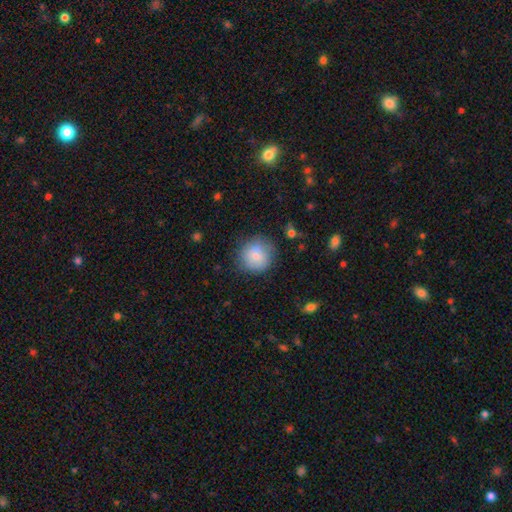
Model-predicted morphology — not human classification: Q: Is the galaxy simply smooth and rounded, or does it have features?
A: smooth — 80%.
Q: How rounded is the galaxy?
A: round — 91%.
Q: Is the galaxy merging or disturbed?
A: none — 80%.